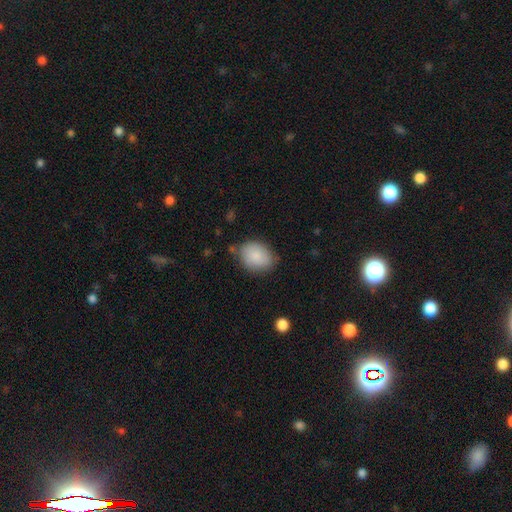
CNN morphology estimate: Smooth or featured?
  - smooth: 86% *
  - featured or disk: 7%
  - star or artifact: 6%
How rounded?
  - in between: 67% *
  - round: 32%
  - cigar-shaped: 1%
Merging?
  - none: 72% *
  - minor disturbance: 21%
  - major disturbance: 5%
  - merger: 3%